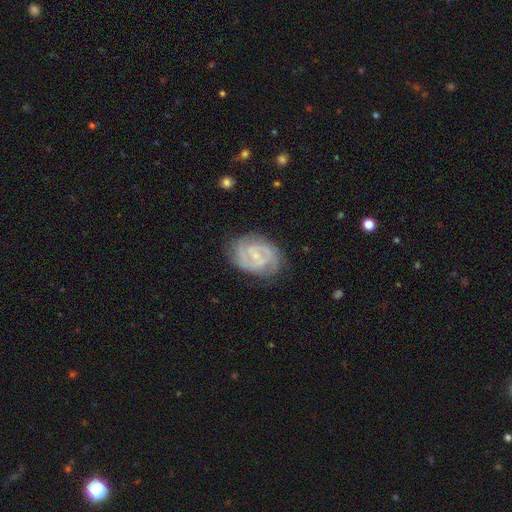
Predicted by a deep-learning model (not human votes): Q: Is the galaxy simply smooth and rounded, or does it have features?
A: featured or disk — 86%.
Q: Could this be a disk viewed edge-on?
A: no — 98%.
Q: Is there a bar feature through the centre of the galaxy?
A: weak — 51%.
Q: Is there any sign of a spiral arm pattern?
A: yes — 97%.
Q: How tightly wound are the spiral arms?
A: tight — 49%.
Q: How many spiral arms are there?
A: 2 — 73%.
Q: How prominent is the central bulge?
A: small — 74%.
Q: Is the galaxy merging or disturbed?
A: none — 79%.